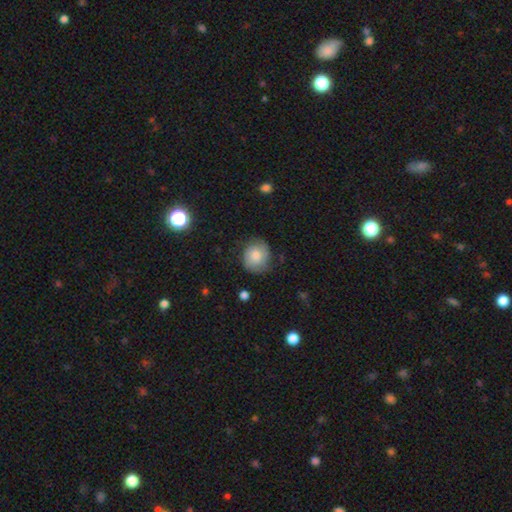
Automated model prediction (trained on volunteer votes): This appears to be a smooth galaxy with no disk features (68%) that is round (77%). Merging: none (70%).